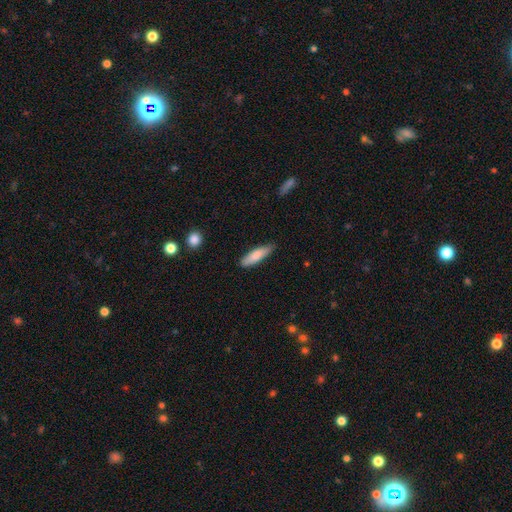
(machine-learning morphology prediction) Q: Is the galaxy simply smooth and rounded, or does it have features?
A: smooth — 82%.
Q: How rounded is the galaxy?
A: cigar-shaped — 67%.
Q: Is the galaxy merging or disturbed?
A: none — 81%.